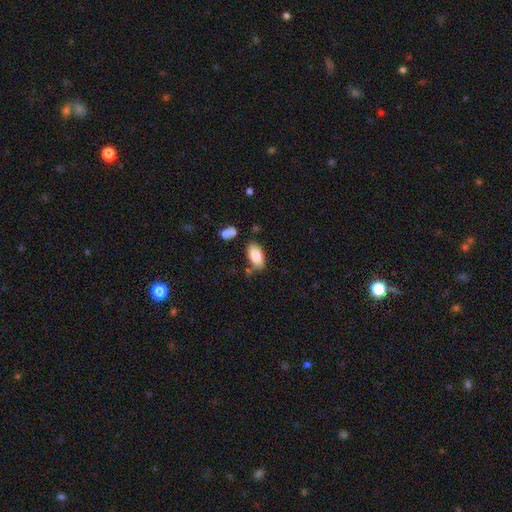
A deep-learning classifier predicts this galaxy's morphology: smooth_or_featured: smooth (p=0.84) [alt: featured or disk p=0.10]
how_rounded: in between (p=0.93) [alt: cigar-shaped p=0.04]
merging: none (p=0.77) [alt: minor disturbance p=0.13]